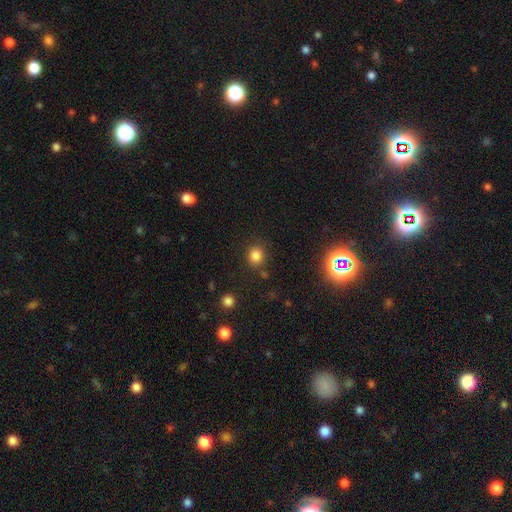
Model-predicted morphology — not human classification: Smooth or featured: smooth — 82% (star or artifact — 13%)
How rounded: round — 85% (in between — 14%)
Merging: none — 82% (minor disturbance — 10%)